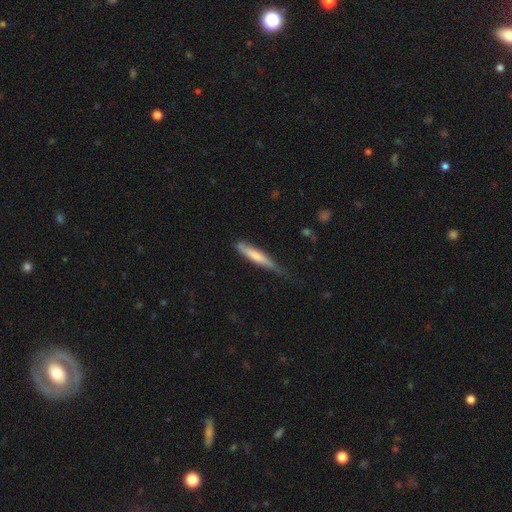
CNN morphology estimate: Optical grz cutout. It shows a smooth galaxy with no disk features (68%) that is cigar-shaped (90%). Merging: none (55%).